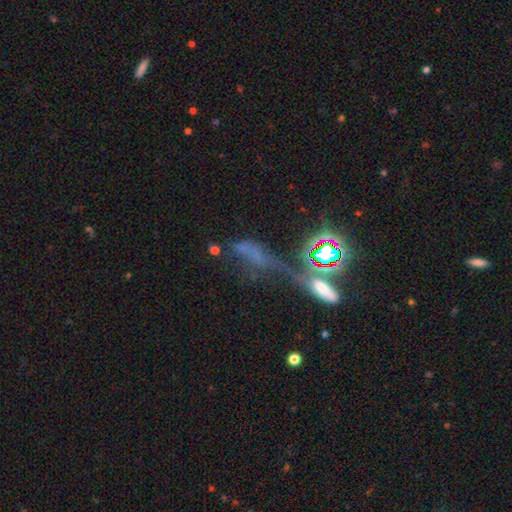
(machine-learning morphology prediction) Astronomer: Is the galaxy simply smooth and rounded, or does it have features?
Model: star or artifact — 45% (runner-up: smooth, 28%).